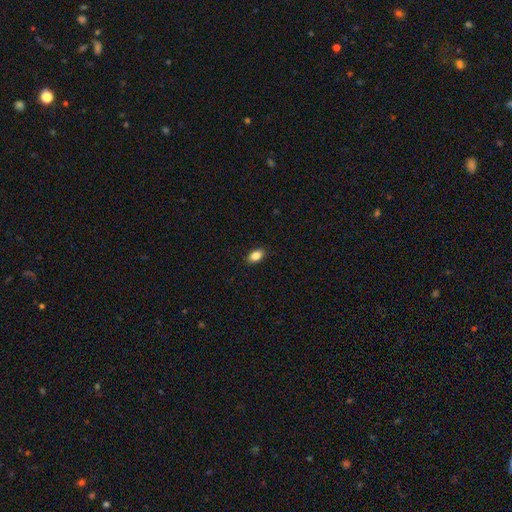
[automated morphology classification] smooth 85%, star or artifact 9%, featured or disk 6%. Down the decision tree: how rounded — in between (87%); merging — none (89%).